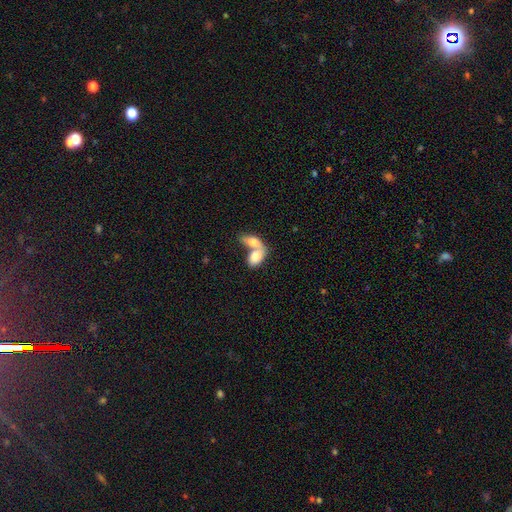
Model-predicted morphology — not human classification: A smooth galaxy with no disk features (76%) that is in between round and cigar-shaped (89%). Merging: merger (77%).